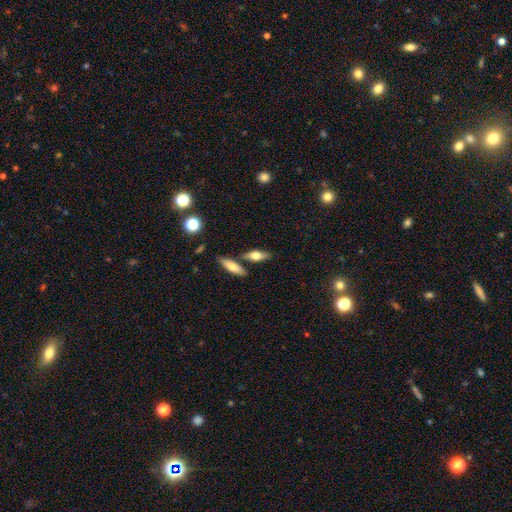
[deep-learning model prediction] Smooth or featured? smooth (64%)
How rounded? in between (65%)
Merging? none (71%)